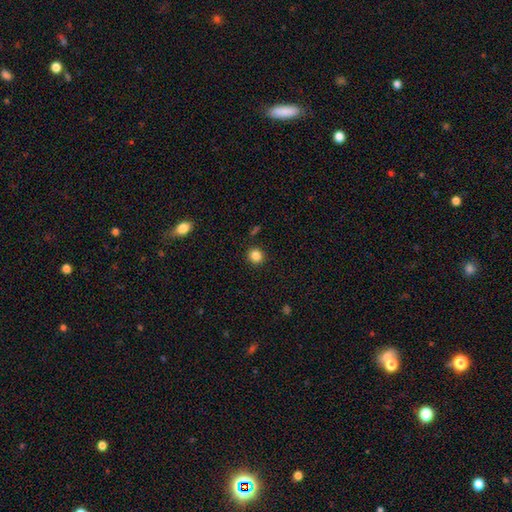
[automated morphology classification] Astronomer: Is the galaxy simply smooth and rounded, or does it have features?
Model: smooth — 85%.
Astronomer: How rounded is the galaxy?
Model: round — 86%.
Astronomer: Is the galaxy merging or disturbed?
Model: none — 89%.